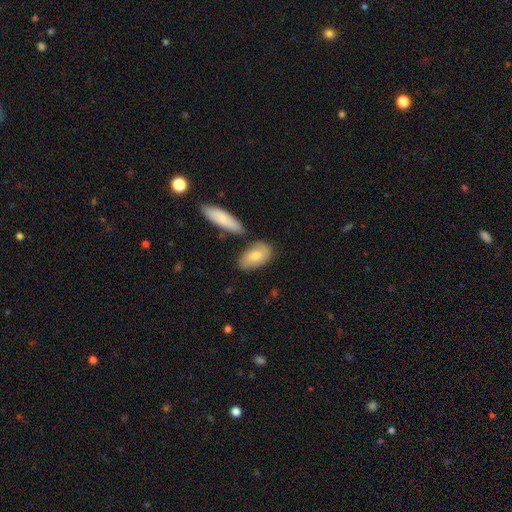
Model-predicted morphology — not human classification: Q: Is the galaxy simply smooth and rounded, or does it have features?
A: smooth — 71%.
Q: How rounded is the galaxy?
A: in between — 89%.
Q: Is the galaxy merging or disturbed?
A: none — 63%.